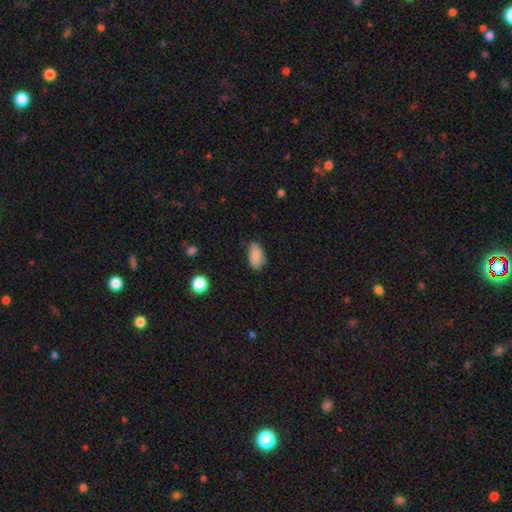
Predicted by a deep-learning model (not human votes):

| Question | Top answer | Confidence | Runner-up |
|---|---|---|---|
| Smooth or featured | smooth | 86% | star or artifact (8%) |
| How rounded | in between | 92% | round (4%) |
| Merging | none | 70% | minor disturbance (24%) |